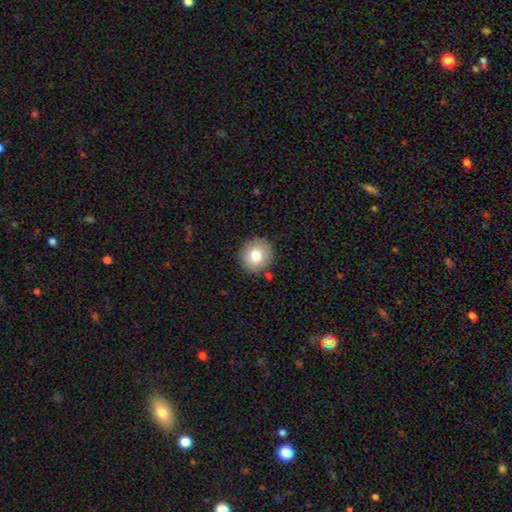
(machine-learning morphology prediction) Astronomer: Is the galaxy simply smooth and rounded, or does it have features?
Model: smooth — 77%.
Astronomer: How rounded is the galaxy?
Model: round — 91%.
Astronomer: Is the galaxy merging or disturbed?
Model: none — 87%.